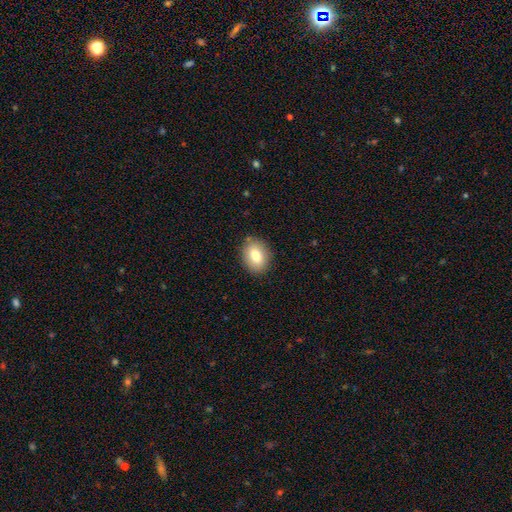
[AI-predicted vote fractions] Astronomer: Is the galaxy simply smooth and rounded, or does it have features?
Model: smooth — 80%.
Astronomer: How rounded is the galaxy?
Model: in between — 70%.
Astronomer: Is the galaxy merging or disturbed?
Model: none — 86%.